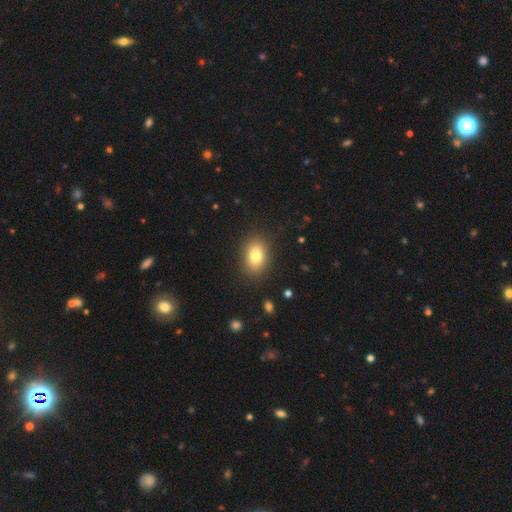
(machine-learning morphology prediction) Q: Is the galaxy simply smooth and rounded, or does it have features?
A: smooth — 80%.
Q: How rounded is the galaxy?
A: in between — 77%.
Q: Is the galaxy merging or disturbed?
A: none — 87%.